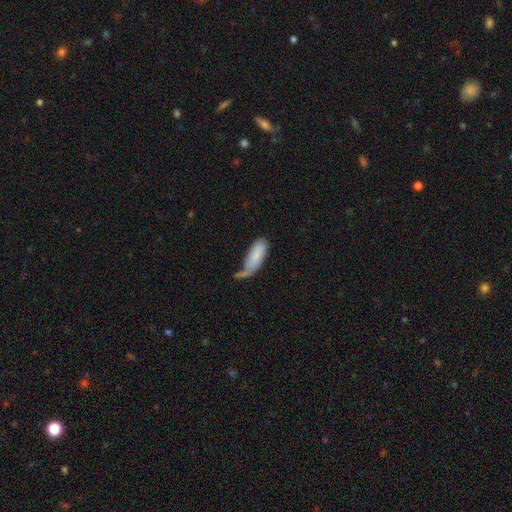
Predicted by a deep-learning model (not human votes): Smooth or featured? smooth (74%)
How rounded? in between (77%)
Merging? major disturbance (29%, tied with none)